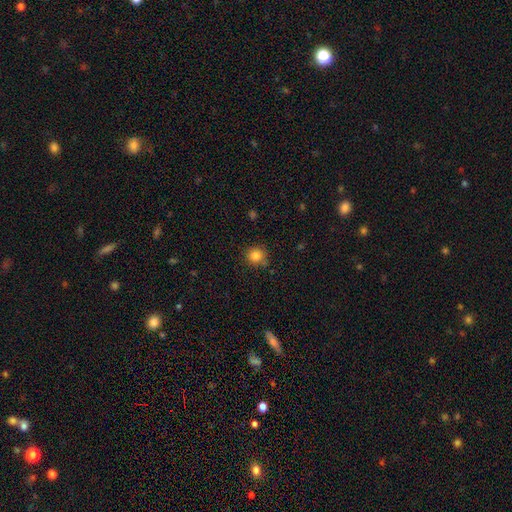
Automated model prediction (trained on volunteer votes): Smooth or featured? smooth (84%)
How rounded? round (90%)
Merging? none (80%)